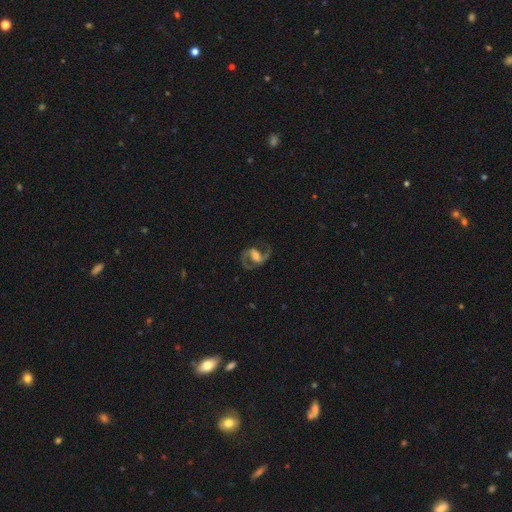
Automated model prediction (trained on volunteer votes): featured or disk 88%, smooth 7%, star or artifact 6%. Down the decision tree: edge-on disk — no (98%); bar — weak (46%); spiral arms — yes (97%); spiral arm count — 2 (92%); spiral winding — medium (58%); bulge size — moderate (35%); merging — none (73%).